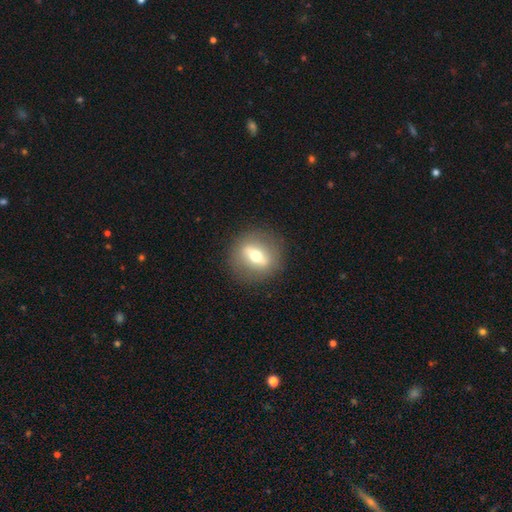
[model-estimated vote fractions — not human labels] Smooth or featured? Predicted: featured or disk (p=0.58). Edge-on disk? Predicted: yes (p=0.51). Merging? Predicted: none (p=0.87).